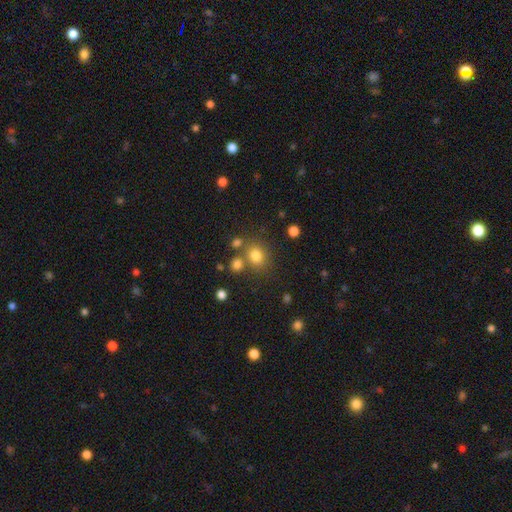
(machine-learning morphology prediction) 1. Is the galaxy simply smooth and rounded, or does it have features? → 78% smooth, 15% star or artifact, 7% featured or disk.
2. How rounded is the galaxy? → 70% round, 29% in between, 1% cigar-shaped.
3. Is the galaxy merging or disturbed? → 69% none, 15% merger, 11% minor disturbance, 5% major disturbance.